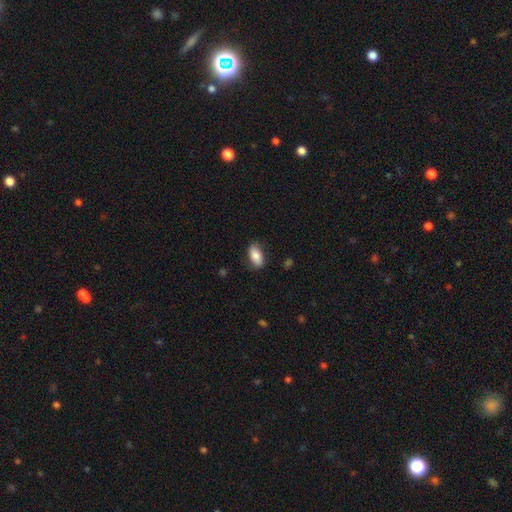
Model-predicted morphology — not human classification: type=smooth (83%); roundness=in between (90%); merging=none (79%).